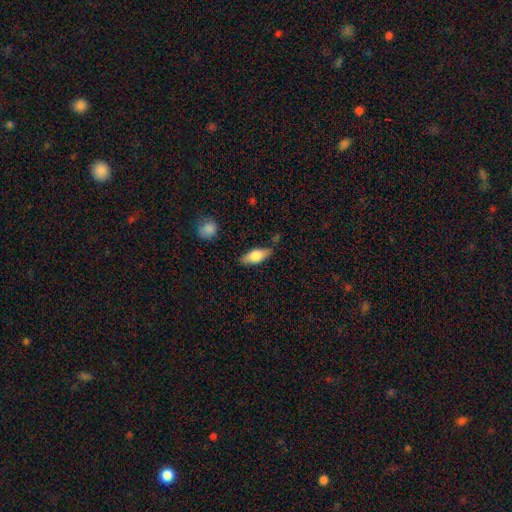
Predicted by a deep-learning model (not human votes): A smooth galaxy with no disk features (68%) that is in between round and cigar-shaped (76%).

Vote fractions:
- Smooth or featured? smooth: 68% / featured or disk: 26% / star or artifact: 7%
- How rounded? in between: 76% / cigar-shaped: 21% / round: 3%
- Merging? none: 78% / minor disturbance: 16% / major disturbance: 4% / merger: 3%